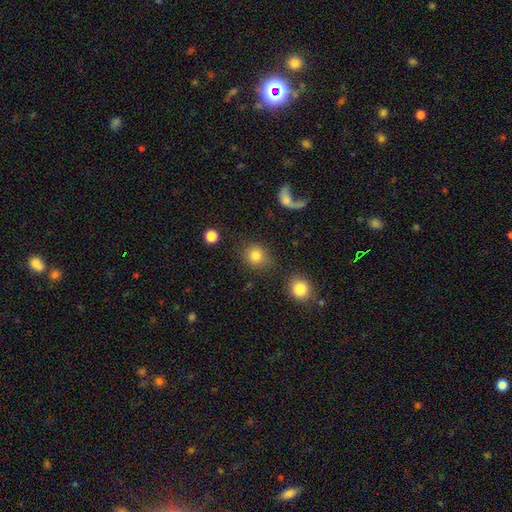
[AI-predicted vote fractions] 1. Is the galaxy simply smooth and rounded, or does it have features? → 82% smooth, 11% star or artifact, 7% featured or disk.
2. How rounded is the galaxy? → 84% round, 15% in between, 1% cigar-shaped.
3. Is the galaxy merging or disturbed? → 76% none, 11% minor disturbance, 6% major disturbance, 6% merger.